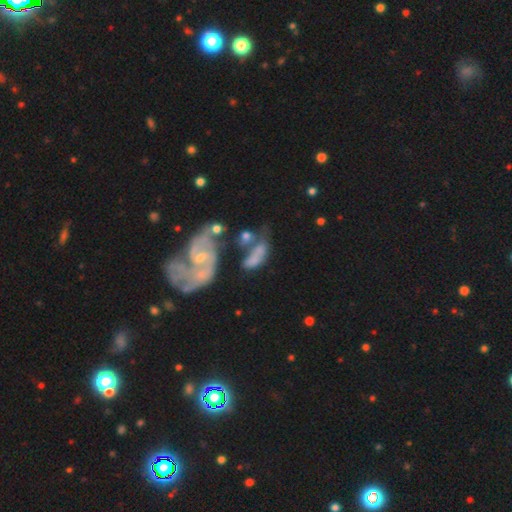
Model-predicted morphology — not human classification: Smooth or featured?
  - featured or disk: 57% *
  - smooth: 33%
  - star or artifact: 10%
Edge-on disk?
  - no: 94% *
  - yes: 6%
Bar?
  - no: 55% *
  - weak: 32%
  - strong: 14%
Spiral arms?
  - yes: 68% *
  - no: 32%
Bulge size?
  - small: 49% *
  - moderate: 23%
  - none: 22%
  - large: 4%
  - dominant: 2%
Merging?
  - merger: 40% *
  - none: 23%
  - major disturbance: 20%
  - minor disturbance: 17%